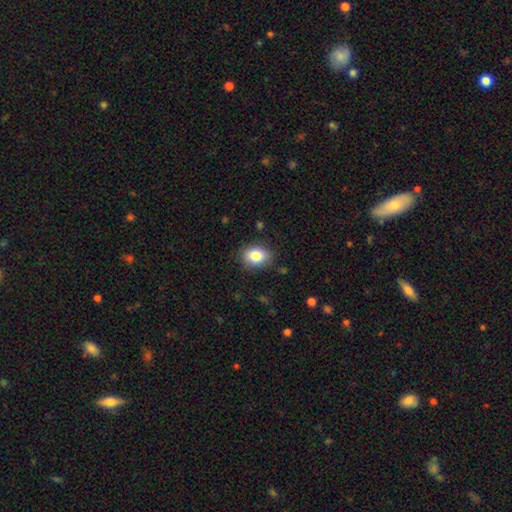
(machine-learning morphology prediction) Smooth or featured?
  - smooth: 83% *
  - star or artifact: 9%
  - featured or disk: 8%
How rounded?
  - in between: 69% *
  - round: 30%
  - cigar-shaped: 1%
Merging?
  - none: 85% *
  - minor disturbance: 11%
  - major disturbance: 3%
  - merger: 1%